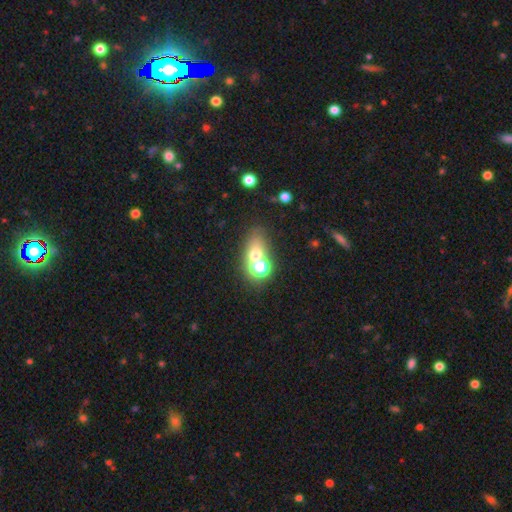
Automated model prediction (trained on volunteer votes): Smooth or featured? Predicted: smooth (p=0.56). How rounded? Predicted: in between (p=0.53). Merging? Predicted: none (p=0.49).